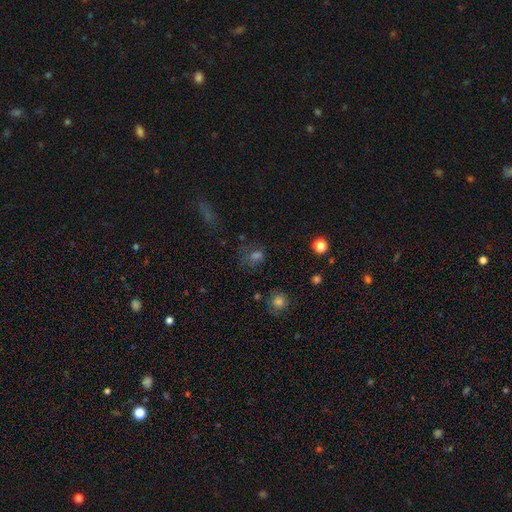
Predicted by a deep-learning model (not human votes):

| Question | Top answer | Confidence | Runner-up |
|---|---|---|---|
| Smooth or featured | smooth | 50% | star or artifact (35%) |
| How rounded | round | 59% | in between (38%) |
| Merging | none | 59% | minor disturbance (19%) |